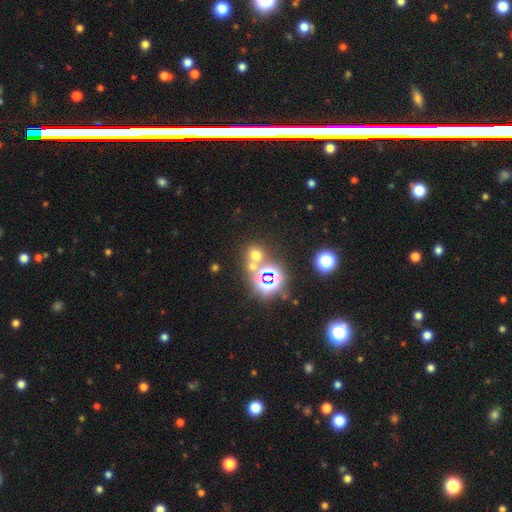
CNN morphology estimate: smooth_or_featured: smooth (p=0.50) [alt: star or artifact p=0.41]
how_rounded: round (p=0.86) [alt: in between p=0.13]
merging: none (p=0.65) [alt: merger p=0.23]